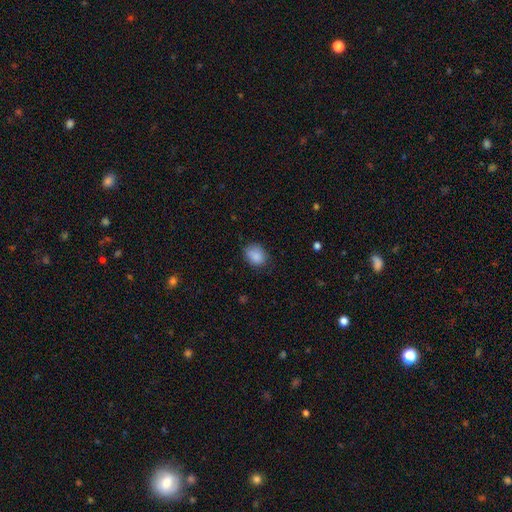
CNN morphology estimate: type=smooth (87%); roundness=in between (52%); merging=none (73%).